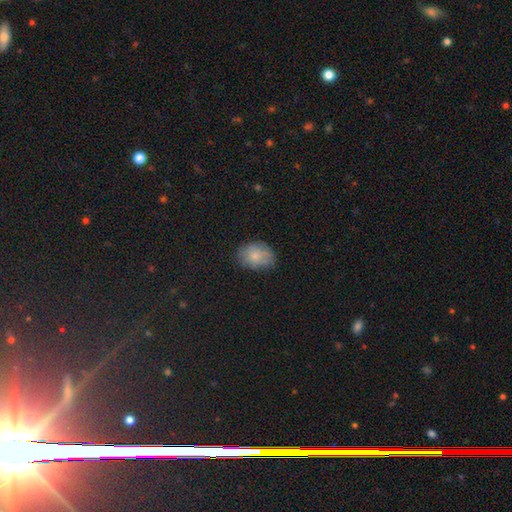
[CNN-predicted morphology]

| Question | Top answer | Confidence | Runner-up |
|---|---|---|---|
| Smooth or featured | smooth | 75% | featured or disk (16%) |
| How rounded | in between | 70% | round (29%) |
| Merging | none | 73% | minor disturbance (21%) |